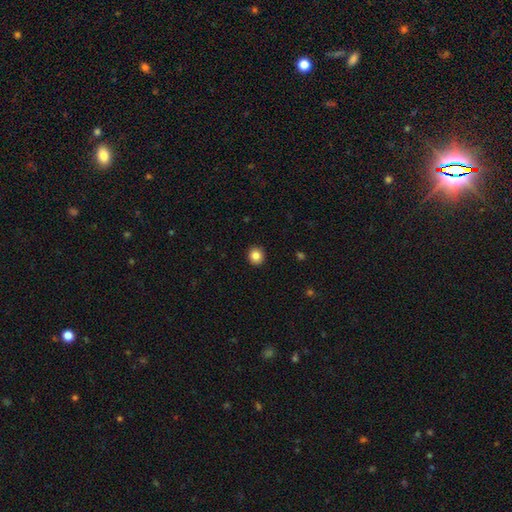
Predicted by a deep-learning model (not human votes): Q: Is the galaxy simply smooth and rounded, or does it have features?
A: smooth — 85%.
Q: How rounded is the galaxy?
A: round — 86%.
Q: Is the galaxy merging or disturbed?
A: none — 92%.